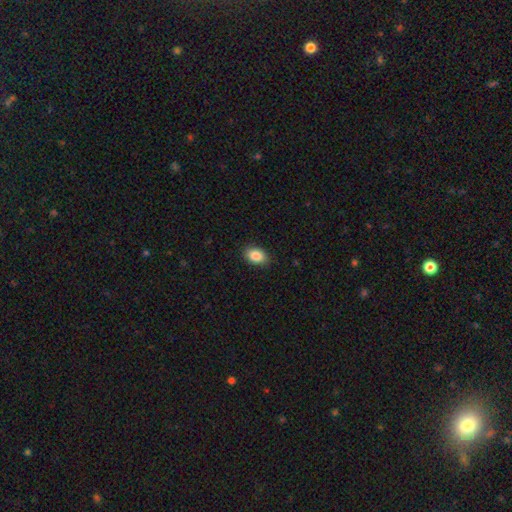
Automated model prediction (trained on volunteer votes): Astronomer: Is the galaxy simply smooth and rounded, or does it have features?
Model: smooth — 88%.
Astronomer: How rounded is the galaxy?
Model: in between — 86%.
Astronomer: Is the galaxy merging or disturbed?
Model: none — 87%.